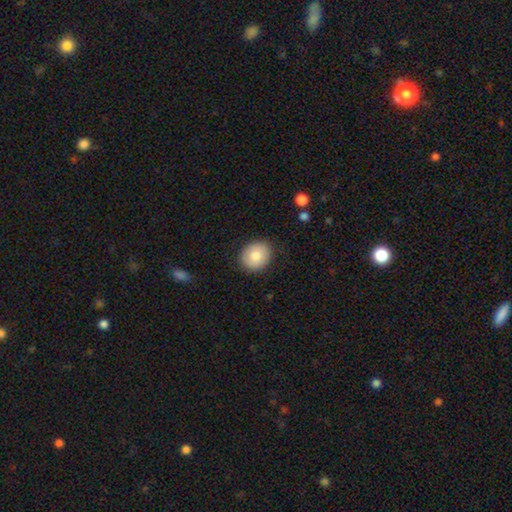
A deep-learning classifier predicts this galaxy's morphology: smooth-or-featured: smooth: 80% | featured or disk: 13% | star or artifact: 7%
  how-rounded: round: 72% | in between: 27% | cigar-shaped: 1%
  merging: none: 87% | minor disturbance: 9% | major disturbance: 2% | merger: 1%